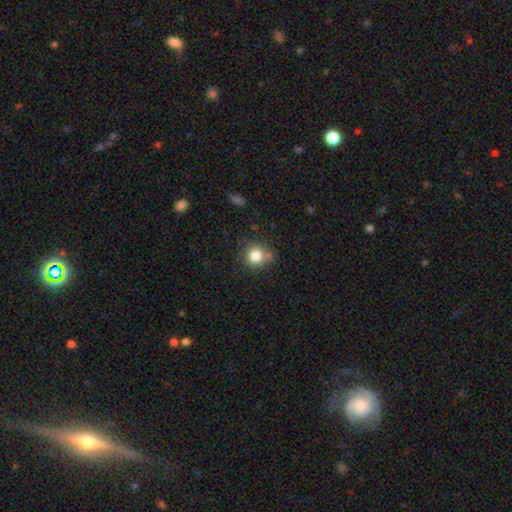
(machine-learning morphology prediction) The model was most divided on "merging": none: 69%, minor disturbance: 16%, merger: 10%, major disturbance: 5%. More confident: how rounded — round (90%); smooth or featured — smooth (81%).